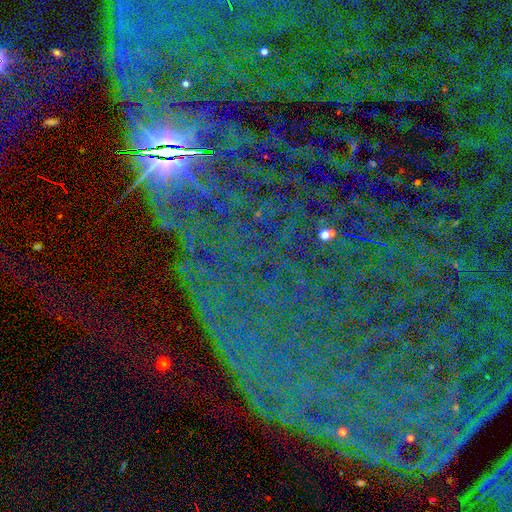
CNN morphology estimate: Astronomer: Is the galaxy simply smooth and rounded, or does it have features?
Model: star or artifact — 85%.